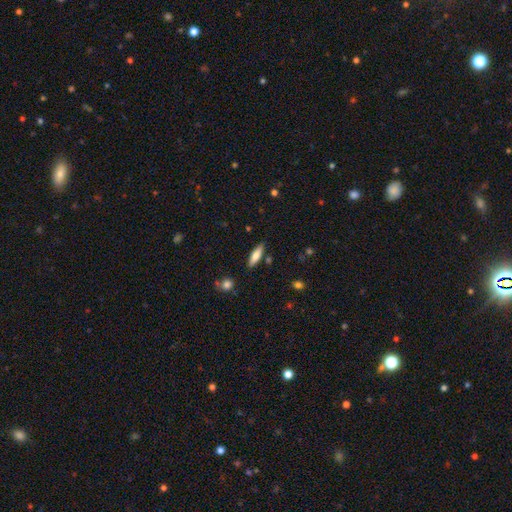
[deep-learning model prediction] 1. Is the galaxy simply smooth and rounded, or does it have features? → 73% smooth, 20% featured or disk, 6% star or artifact.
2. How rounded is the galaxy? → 55% cigar-shaped, 43% in between, 2% round.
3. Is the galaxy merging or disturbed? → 84% none, 10% minor disturbance, 3% merger, 2% major disturbance.